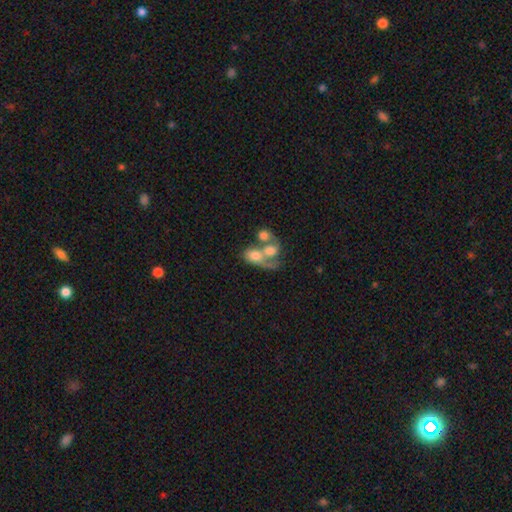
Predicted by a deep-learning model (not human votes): This is possibly a smooth galaxy (56%). How rounded: likely in between (64%). Merging: likely merger (72%).